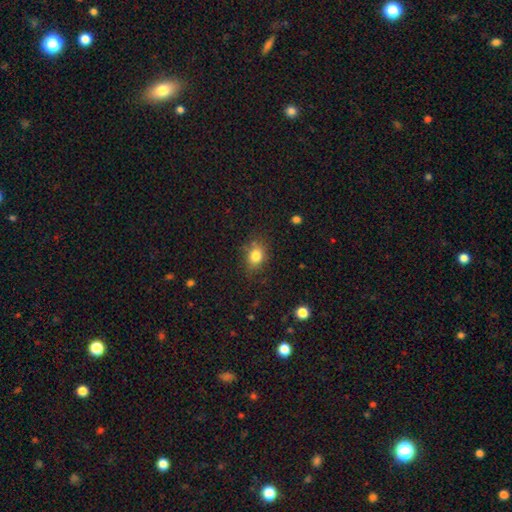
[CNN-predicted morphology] Smooth or featured? smooth (81%)
How rounded? in between (54%)
Merging? none (74%)